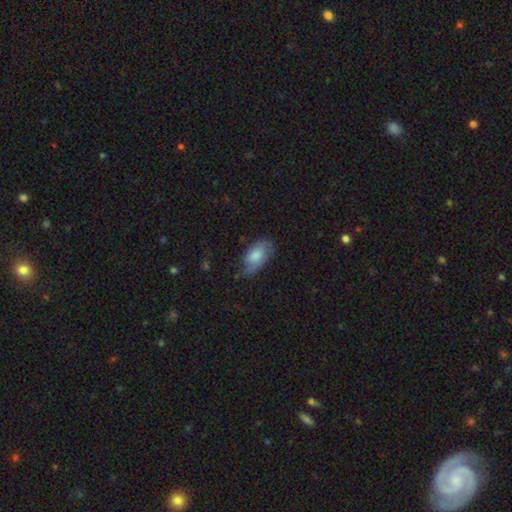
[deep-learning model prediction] Smooth or featured? Predicted: smooth (p=0.62). How rounded? Predicted: in between (p=0.92). Merging? Predicted: none (p=0.54).